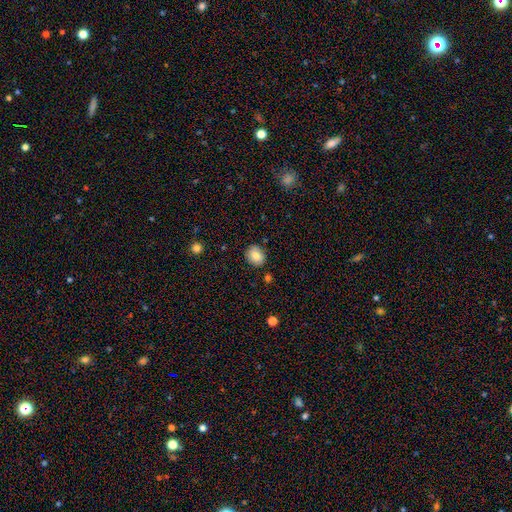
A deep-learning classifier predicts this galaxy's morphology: Smooth or featured? smooth (81%)
How rounded? round (64%)
Merging? none (85%)